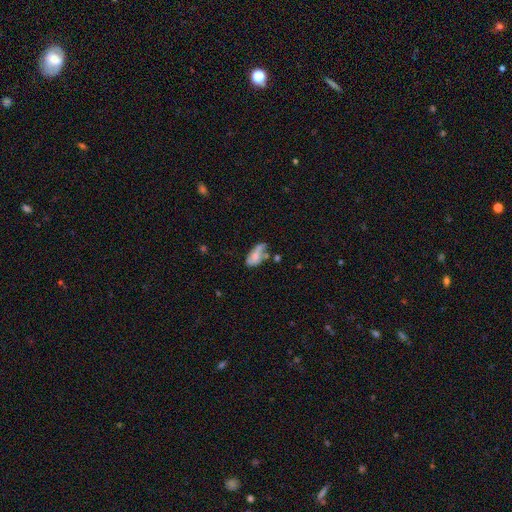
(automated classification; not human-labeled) smooth 59%, featured or disk 33%, star or artifact 9%. Down the decision tree: how rounded — in between (87%); merging — none (35%).